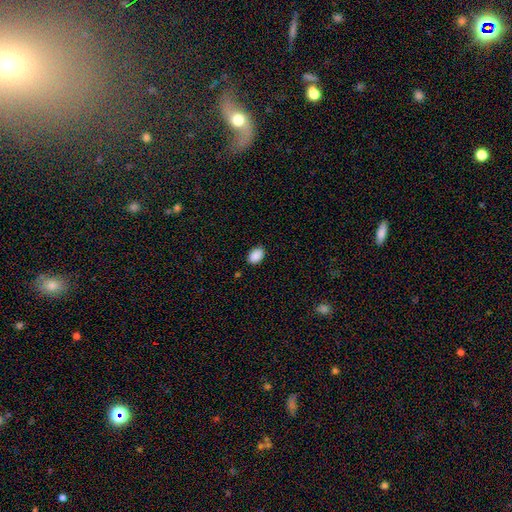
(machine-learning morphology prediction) Smooth or featured: smooth — 90% (star or artifact — 7%)
How rounded: in between — 84% (round — 15%)
Merging: none — 86% (minor disturbance — 11%)